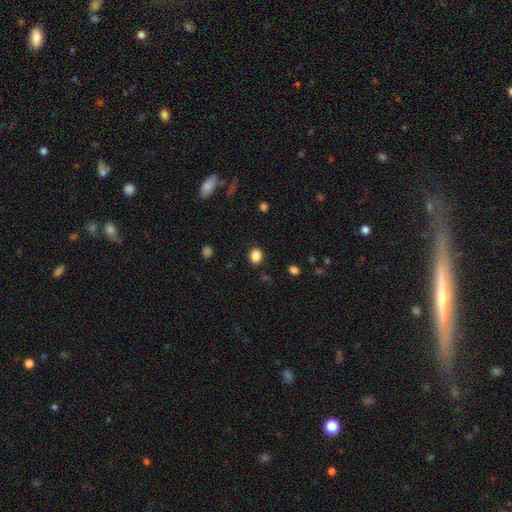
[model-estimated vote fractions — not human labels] Smooth or featured? smooth (86%)
How rounded? round (50%)
Merging? none (87%)